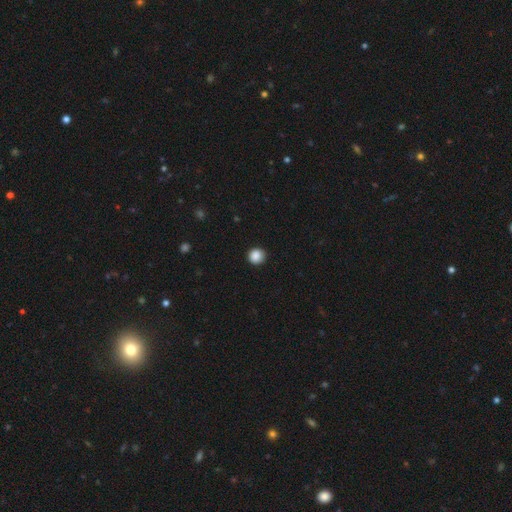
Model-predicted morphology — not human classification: A smooth galaxy with no disk features (88%) that is round (93%).

Vote fractions:
- Smooth or featured? smooth: 88% / star or artifact: 9% / featured or disk: 3%
- How rounded? round: 93% / in between: 6% / cigar-shaped: 1%
- Merging? none: 91% / minor disturbance: 6% / major disturbance: 2% / merger: 1%